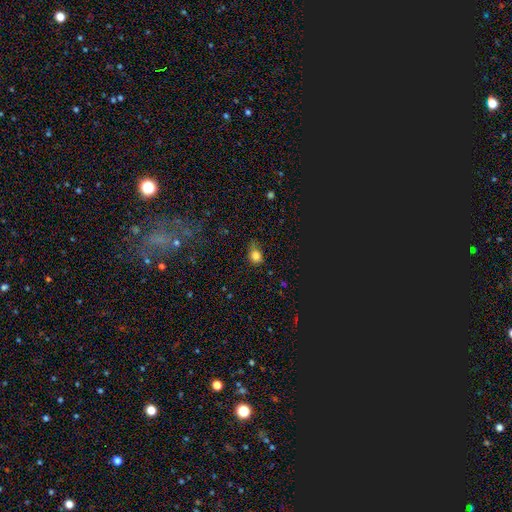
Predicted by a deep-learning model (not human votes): smooth-or-featured: smooth: 80% | star or artifact: 14% | featured or disk: 6%
  how-rounded: round: 55% | in between: 44% | cigar-shaped: 2%
  merging: none: 54% | minor disturbance: 34% | major disturbance: 10% | merger: 2%